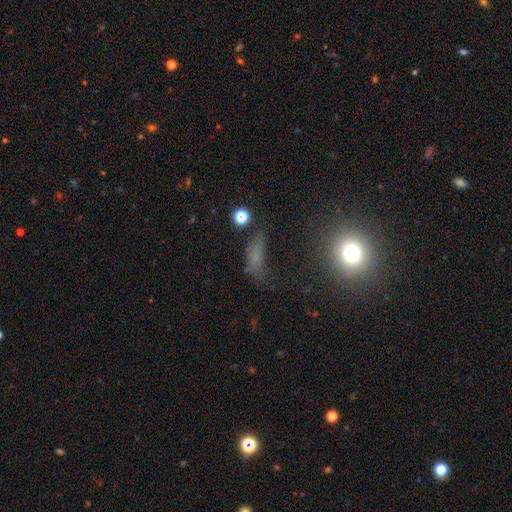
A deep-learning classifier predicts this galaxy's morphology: type=smooth (53%); roundness=in between (50%); merging=none (43%).